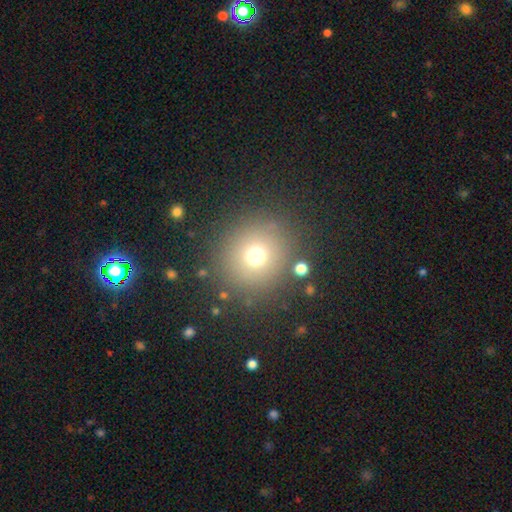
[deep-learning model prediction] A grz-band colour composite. It shows a smooth galaxy with no disk features (69%) that is round (91%). Merging: none (84%).